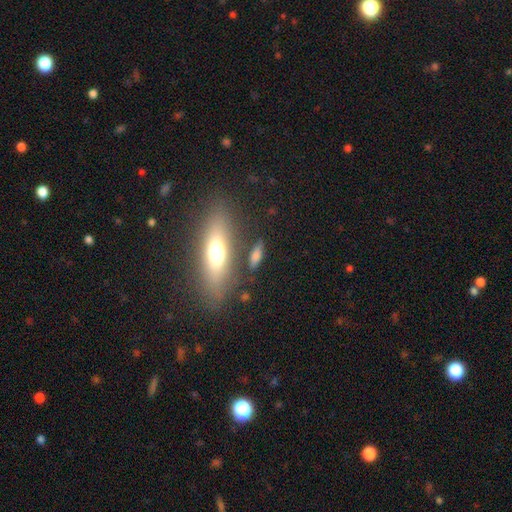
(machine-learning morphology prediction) The model was most divided on "how rounded": cigar-shaped: 51%, in between: 43%, round: 7%. More confident: merging — none (76%); smooth or featured — smooth (59%).